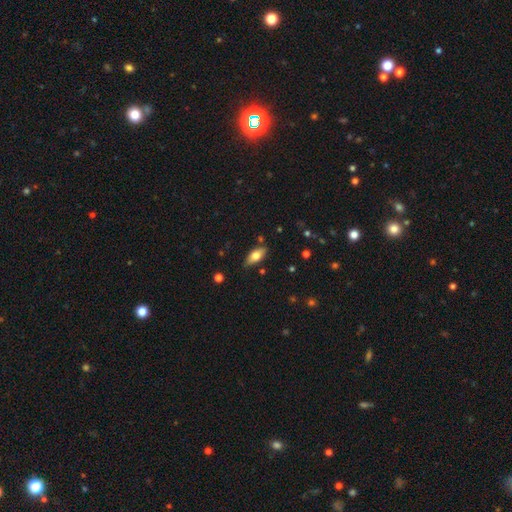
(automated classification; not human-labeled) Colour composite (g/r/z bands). It shows a smooth galaxy with no disk features (68%) that is in between round and cigar-shaped (82%). Merging: none (81%).